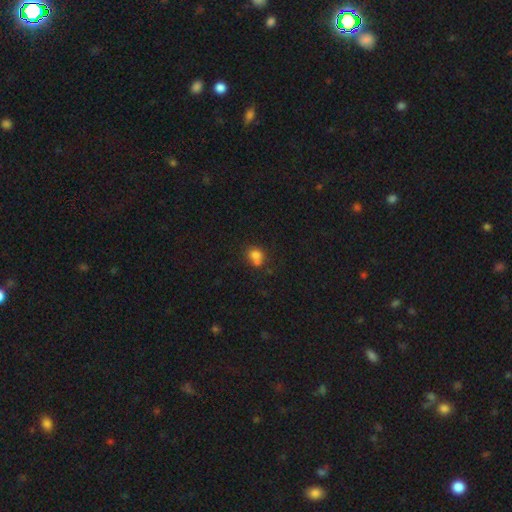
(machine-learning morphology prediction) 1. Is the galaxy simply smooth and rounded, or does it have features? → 74% smooth, 13% star or artifact, 13% featured or disk.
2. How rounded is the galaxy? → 74% round, 25% in between, 1% cigar-shaped.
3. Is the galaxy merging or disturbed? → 43% none, 41% merger, 11% minor disturbance, 4% major disturbance.